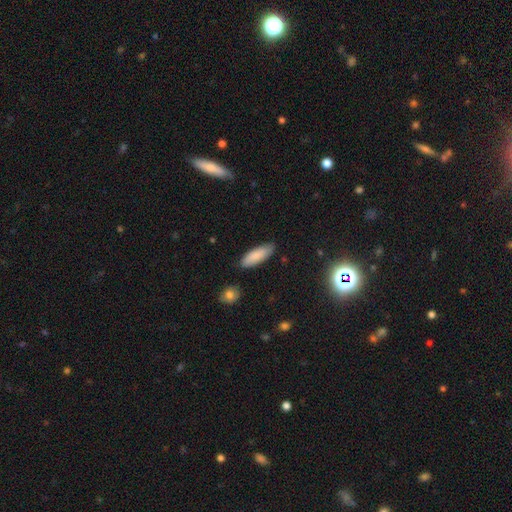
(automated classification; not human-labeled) This appears to be a smooth galaxy with no disk features (87%) that is in between round and cigar-shaped (64%). Merging: none (85%).